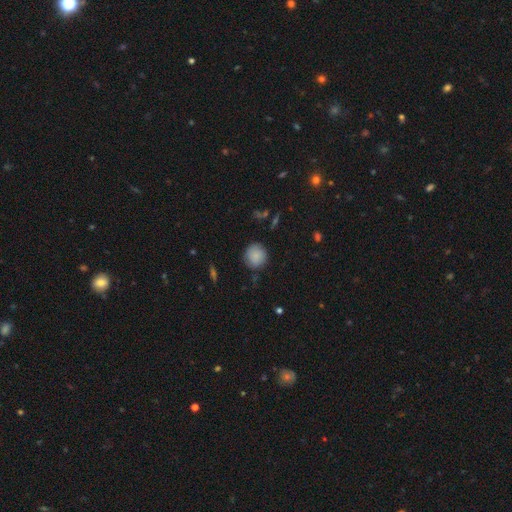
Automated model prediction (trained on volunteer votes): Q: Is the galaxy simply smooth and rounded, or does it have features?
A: smooth — 86%.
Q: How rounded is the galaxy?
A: round — 90%.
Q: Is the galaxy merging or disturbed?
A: none — 81%.